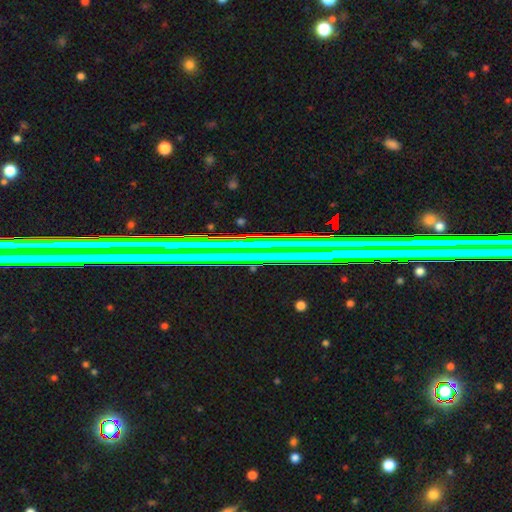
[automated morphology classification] This appears to be a star or artifact, not a galaxy (74%).